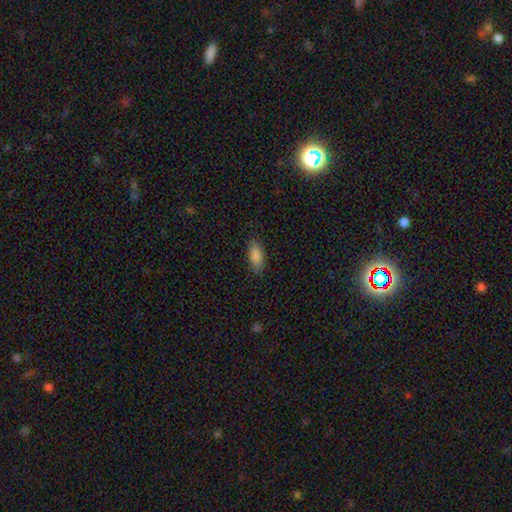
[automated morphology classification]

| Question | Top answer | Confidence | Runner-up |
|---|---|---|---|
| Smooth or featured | smooth | 87% | featured or disk (7%) |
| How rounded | in between | 82% | cigar-shaped (16%) |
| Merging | none | 85% | minor disturbance (12%) |